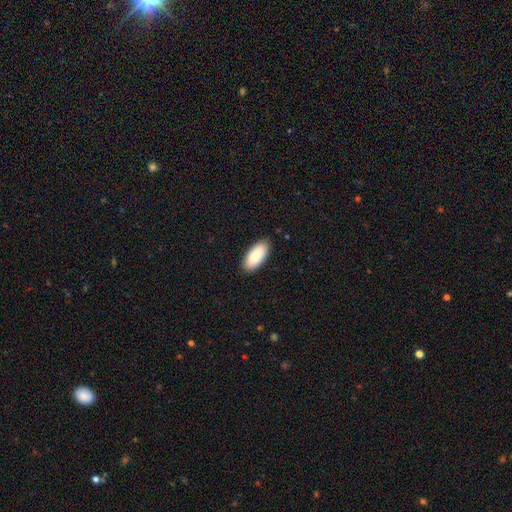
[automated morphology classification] type=smooth (90%); roundness=in between (92%); merging=none (89%).